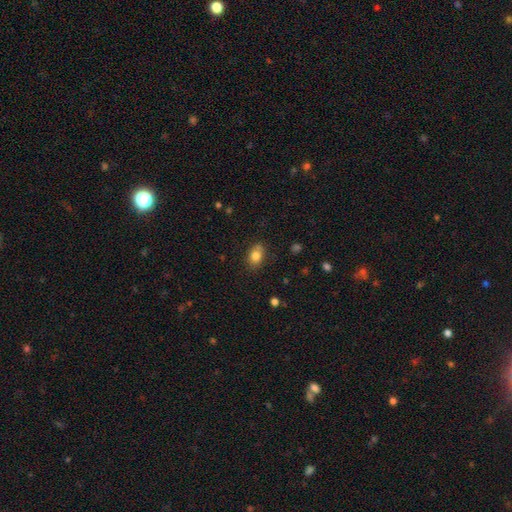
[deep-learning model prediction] Smooth or featured? smooth (81%)
How rounded? in between (73%)
Merging? none (75%)